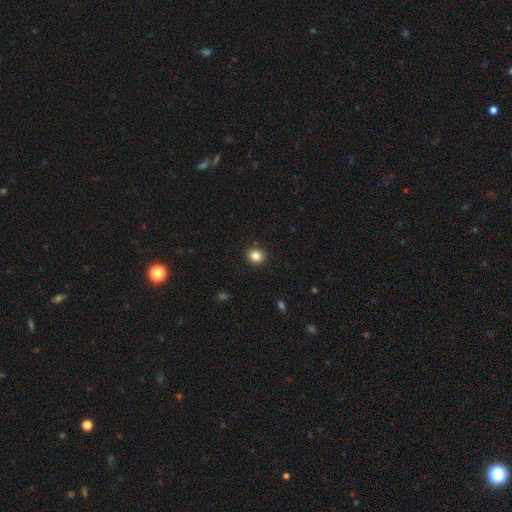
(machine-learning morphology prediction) Overall: smooth (84%). How rounded: round (83%). Merging: none (91%).